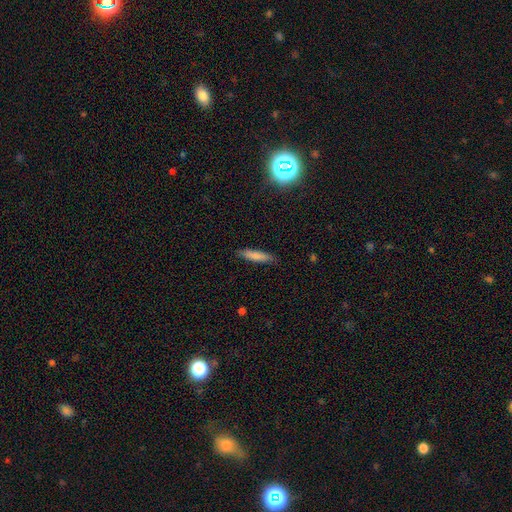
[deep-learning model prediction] This is clearly a smooth galaxy (82%). How rounded: clearly cigar-shaped (82%). Merging: clearly none (86%).